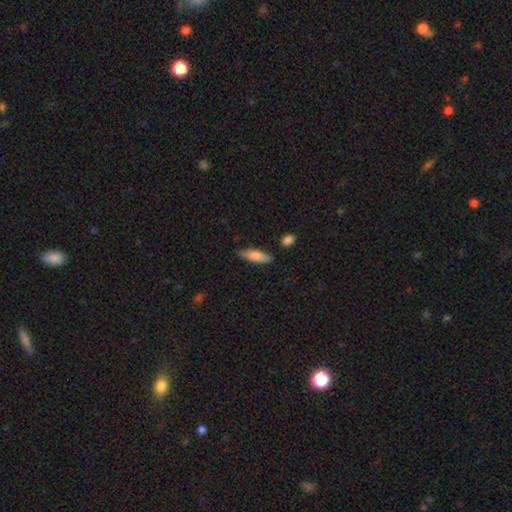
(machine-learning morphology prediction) smooth-or-featured: smooth: 78% | featured or disk: 16% | star or artifact: 6%
  how-rounded: cigar-shaped: 53% | in between: 45% | round: 2%
  merging: none: 78% | minor disturbance: 15% | merger: 4% | major disturbance: 3%